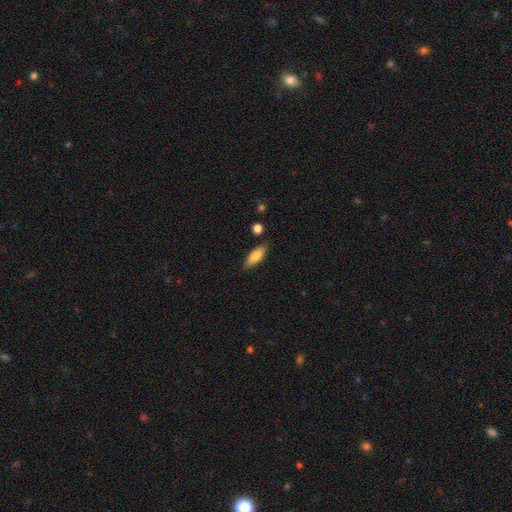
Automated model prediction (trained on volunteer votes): This is clearly a smooth galaxy (82%). How rounded: likely in between (67%). Merging: clearly none (82%).